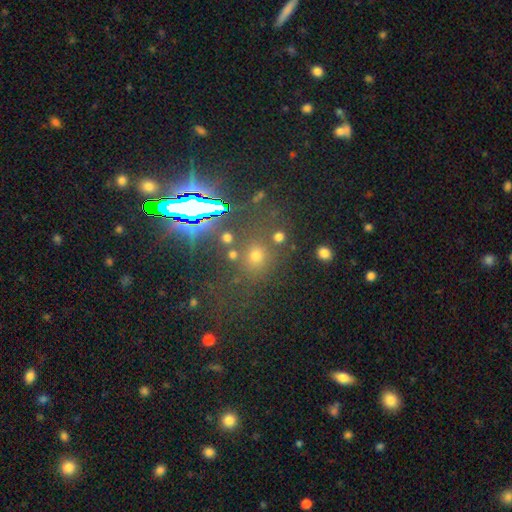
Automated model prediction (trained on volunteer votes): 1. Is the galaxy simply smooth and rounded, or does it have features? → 47% star or artifact, 43% smooth, 10% featured or disk.